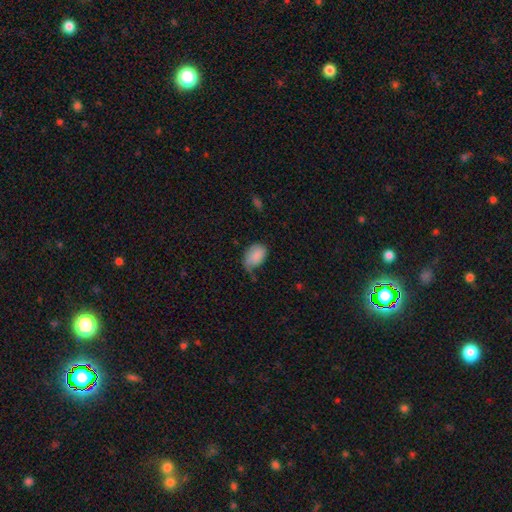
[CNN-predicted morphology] smooth-or-featured: smooth: 79% | featured or disk: 14% | star or artifact: 7%
  how-rounded: in between: 82% | round: 17% | cigar-shaped: 1%
  merging: minor disturbance: 40% | none: 37% | major disturbance: 21% | merger: 3%